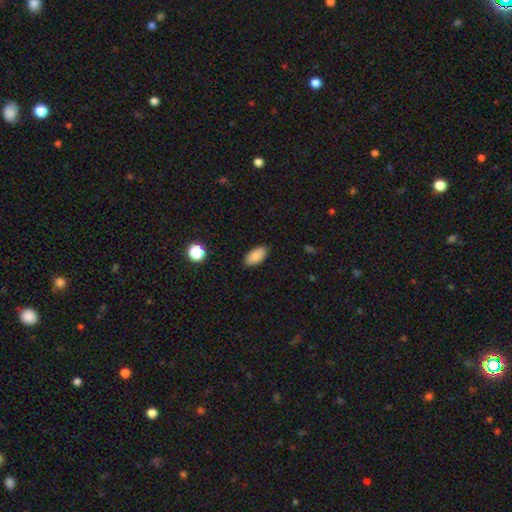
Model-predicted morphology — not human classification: smooth_or_featured: smooth (p=0.88) [alt: star or artifact p=0.07]
how_rounded: in between (p=0.93) [alt: cigar-shaped p=0.04]
merging: none (p=0.88) [alt: minor disturbance p=0.09]